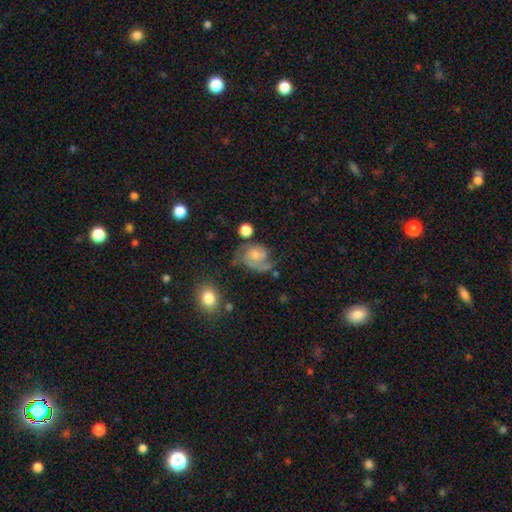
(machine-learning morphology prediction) featured or disk 69%, smooth 23%, star or artifact 8%. Down the decision tree: edge-on disk — no (98%); bar — no (67%); spiral arms — yes (91%); spiral arm count — 2 (60%); spiral winding — medium (45%); bulge size — small (36%); merging — none (41%).